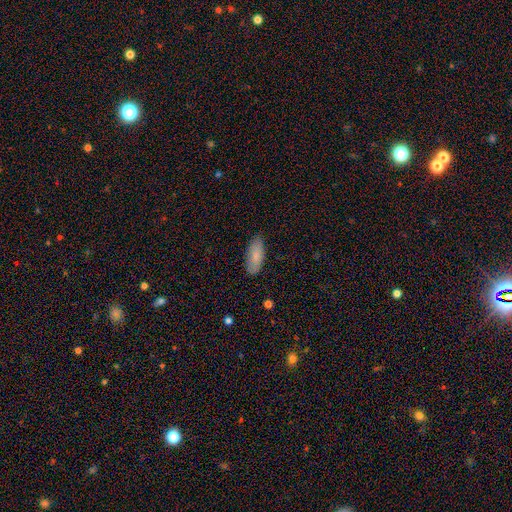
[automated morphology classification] This appears to be a smooth galaxy with no disk features (83%) that is in between round and cigar-shaped (81%). Merging: none (82%).